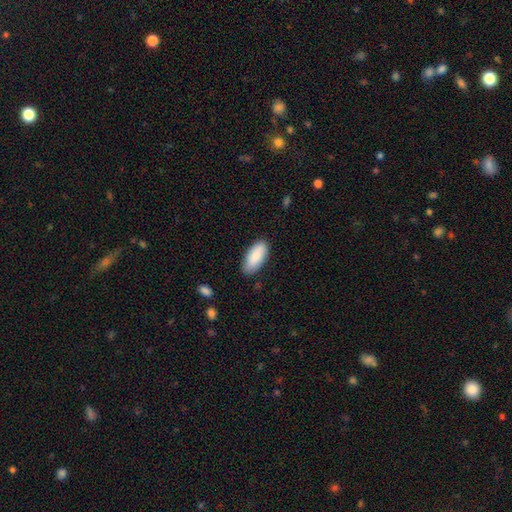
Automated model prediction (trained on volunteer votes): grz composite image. It shows a smooth galaxy with no disk features (88%) that is in between round and cigar-shaped (87%). Merging: none (83%).